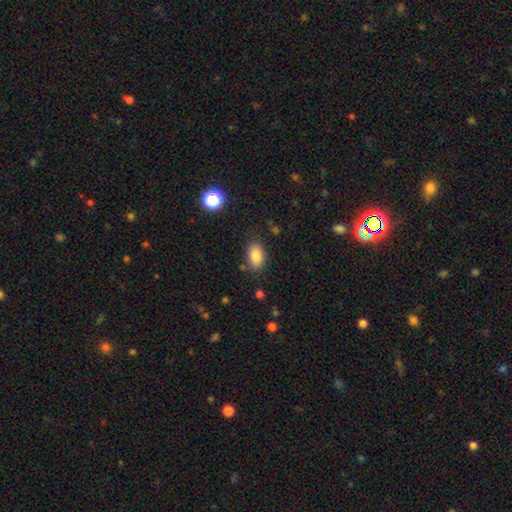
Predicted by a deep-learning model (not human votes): Morphology: type=smooth (85%); roundness=in between (89%); merging=none (81%).